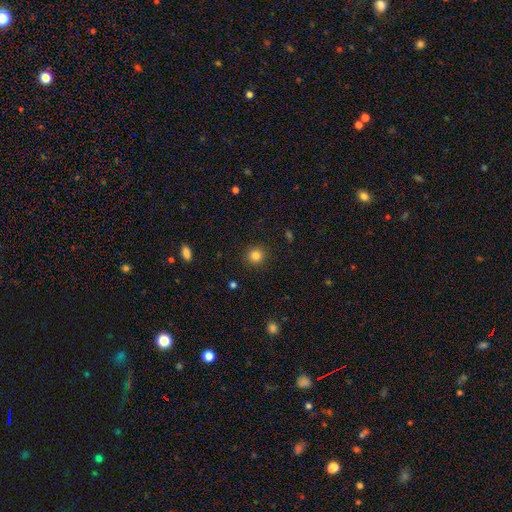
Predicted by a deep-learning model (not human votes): Q: Smooth or featured?
A: smooth (83%); runner-up: star or artifact (12%)
Q: How rounded?
A: round (93%); runner-up: in between (6%)
Q: Merging?
A: none (91%); runner-up: minor disturbance (6%)